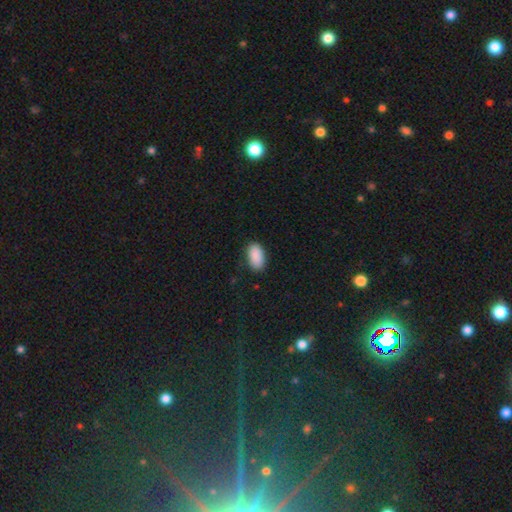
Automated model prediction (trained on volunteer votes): smooth 90%, star or artifact 7%, featured or disk 3%. Down the decision tree: how rounded — in between (94%); merging — none (81%).